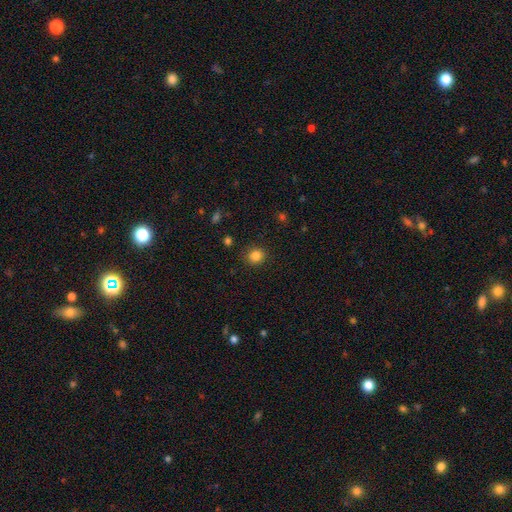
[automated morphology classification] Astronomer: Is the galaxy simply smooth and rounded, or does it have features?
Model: smooth — 84%.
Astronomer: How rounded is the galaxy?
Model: round — 83%.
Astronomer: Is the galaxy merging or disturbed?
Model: none — 88%.